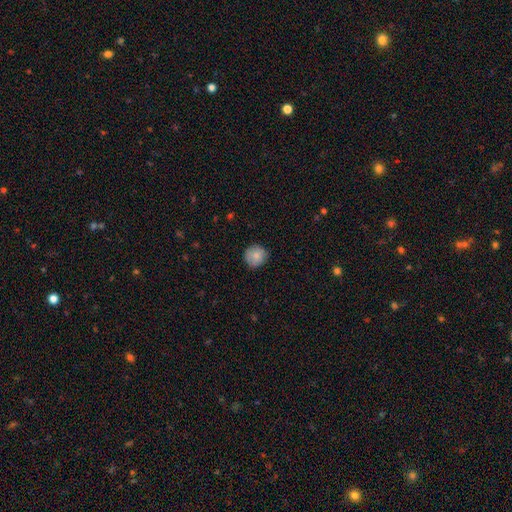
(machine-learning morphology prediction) Q: Smooth or featured?
A: smooth (84%); runner-up: featured or disk (9%)
Q: How rounded?
A: round (91%); runner-up: in between (8%)
Q: Merging?
A: none (86%); runner-up: minor disturbance (11%)